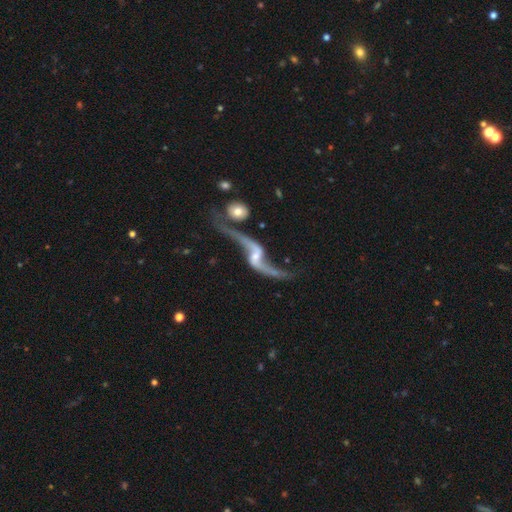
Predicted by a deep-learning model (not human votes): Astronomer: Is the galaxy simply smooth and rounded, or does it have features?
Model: featured or disk — 91%.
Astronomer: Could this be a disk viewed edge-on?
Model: no — 93%.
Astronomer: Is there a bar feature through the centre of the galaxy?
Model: weak — 43% (runner-up: no, 34%).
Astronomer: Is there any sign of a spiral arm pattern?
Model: yes — 96%.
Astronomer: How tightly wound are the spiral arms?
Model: loose — 95%.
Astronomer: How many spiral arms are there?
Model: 2 — 94%.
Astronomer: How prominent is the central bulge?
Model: small — 54% (runner-up: moderate, 30%).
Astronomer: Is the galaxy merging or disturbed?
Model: none — 52%.